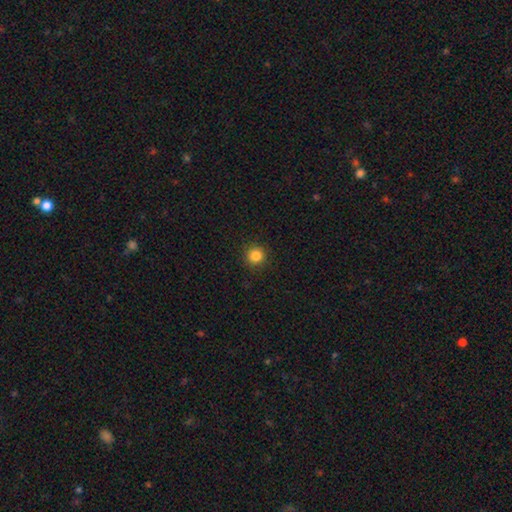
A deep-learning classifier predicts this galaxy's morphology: Q: Smooth or featured?
A: smooth (84%); runner-up: star or artifact (12%)
Q: How rounded?
A: round (95%); runner-up: in between (4%)
Q: Merging?
A: none (92%); runner-up: minor disturbance (5%)